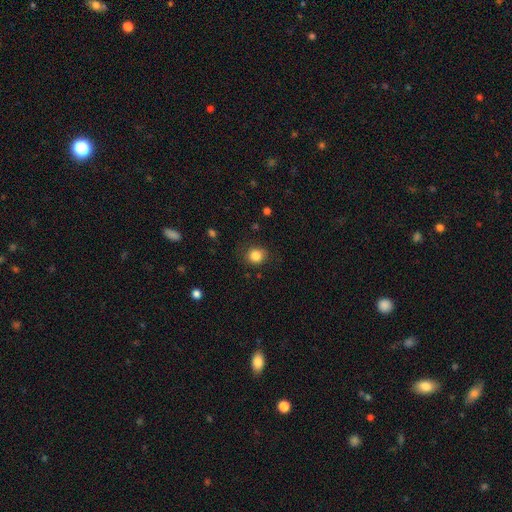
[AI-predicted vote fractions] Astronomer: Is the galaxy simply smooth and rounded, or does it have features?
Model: smooth — 85%.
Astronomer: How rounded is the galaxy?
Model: round — 78%.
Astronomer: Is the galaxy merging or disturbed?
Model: none — 84%.